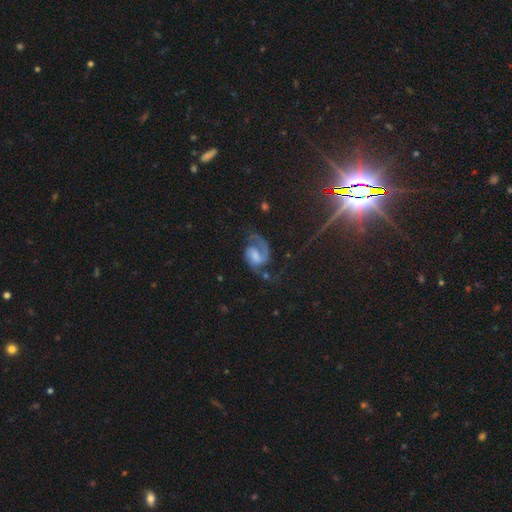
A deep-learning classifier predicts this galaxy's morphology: This appears to be a featured or disk galaxy (82%) with a weak bar (45%), 2 (69%) medium (52%) spiral arms (96%) and a moderate central bulge (32%). Merging: none (50%).